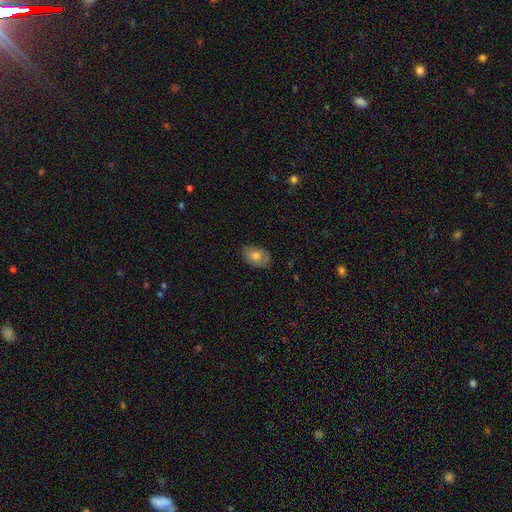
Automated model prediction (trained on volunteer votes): Smooth or featured?
  - smooth: 72% *
  - featured or disk: 19%
  - star or artifact: 8%
How rounded?
  - in between: 84% *
  - round: 15%
  - cigar-shaped: 1%
Merging?
  - none: 77% *
  - minor disturbance: 18%
  - major disturbance: 3%
  - merger: 1%